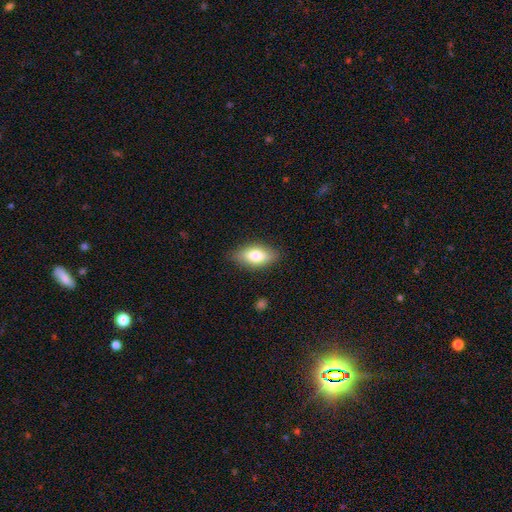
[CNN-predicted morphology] This appears to be a smooth galaxy with no disk features (76%) that is in between round and cigar-shaped (86%). Merging: none (84%).